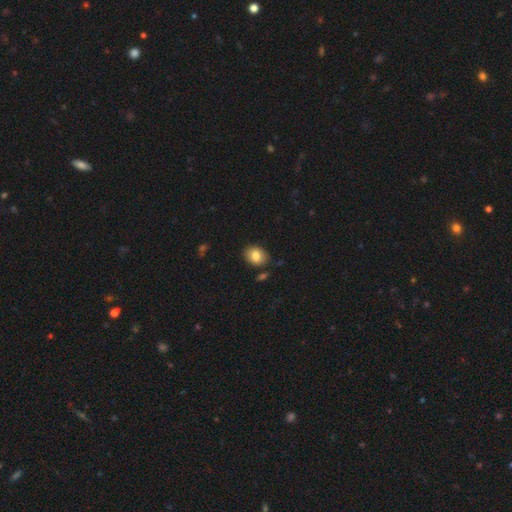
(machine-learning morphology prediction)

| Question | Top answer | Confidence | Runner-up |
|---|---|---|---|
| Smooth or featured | smooth | 83% | featured or disk (9%) |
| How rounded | in between | 62% | round (37%) |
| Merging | none | 82% | minor disturbance (12%) |